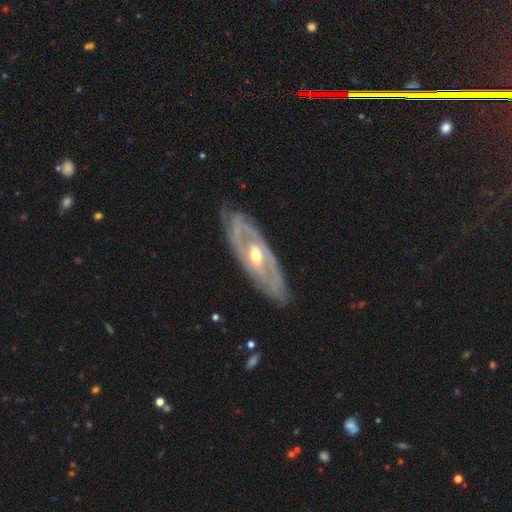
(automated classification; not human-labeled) smooth_or_featured: featured or disk (p=0.84) [alt: smooth p=0.12]
disk_edge_on: no (p=0.82) [alt: yes p=0.18]
bar: no (p=0.54) [alt: weak p=0.31]
has_spiral_arms: yes (p=0.77) [alt: no p=0.23]
spiral_winding: tight (p=0.62) [alt: medium p=0.28]
spiral_arm_count: 2 (p=0.45) [alt: can't tell p=0.37]
bulge_size: moderate (p=0.66) [alt: small p=0.28]
merging: none (p=0.79) [alt: minor disturbance p=0.15]